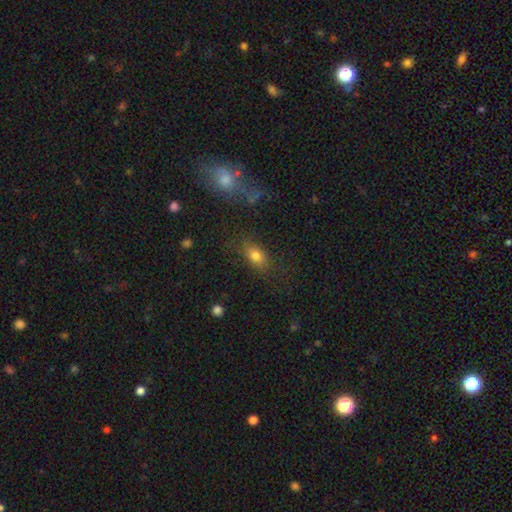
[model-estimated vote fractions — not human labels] Q: Smooth or featured?
A: smooth (76%); runner-up: featured or disk (12%)
Q: How rounded?
A: in between (76%); runner-up: round (16%)
Q: Merging?
A: none (71%); runner-up: minor disturbance (16%)